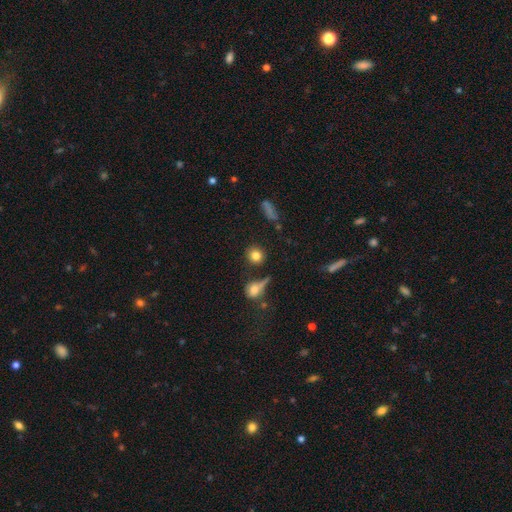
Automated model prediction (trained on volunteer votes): Smooth or featured: smooth — 80% (star or artifact — 11%)
How rounded: round — 86% (in between — 13%)
Merging: none — 78% (minor disturbance — 10%)